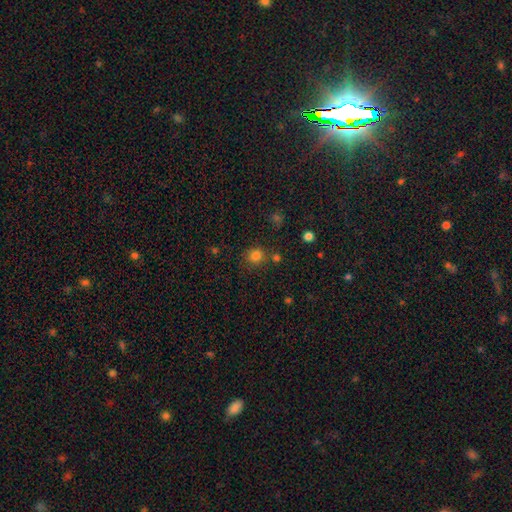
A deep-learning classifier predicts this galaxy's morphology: Overall: smooth (80%). How rounded: round (88%). Merging: none (80%).